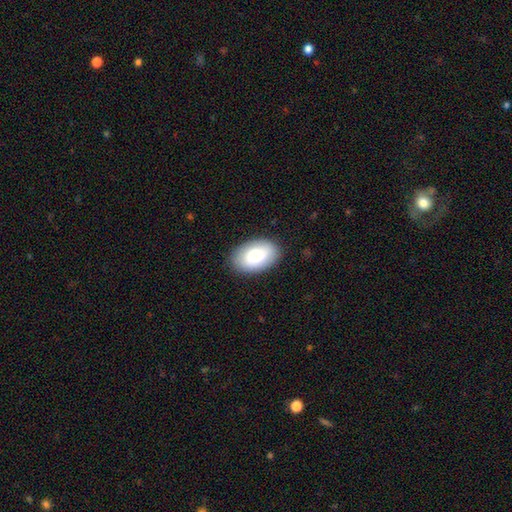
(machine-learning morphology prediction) smooth-or-featured: smooth: 72% | featured or disk: 21% | star or artifact: 6%
  how-rounded: in between: 91% | round: 8% | cigar-shaped: 1%
  merging: none: 87% | minor disturbance: 10% | major disturbance: 2% | merger: 1%